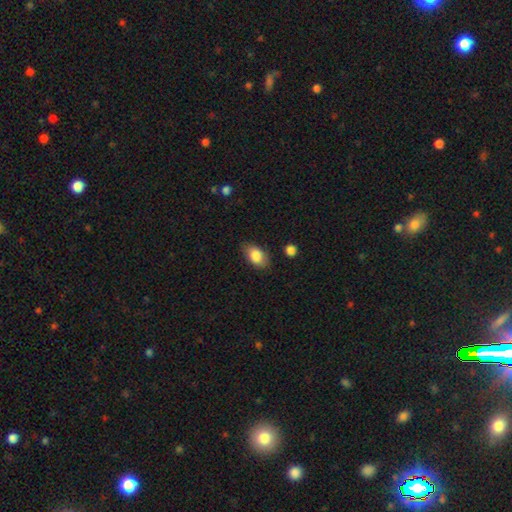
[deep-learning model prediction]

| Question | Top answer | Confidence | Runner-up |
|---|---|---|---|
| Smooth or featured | smooth | 84% | featured or disk (9%) |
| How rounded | in between | 89% | round (9%) |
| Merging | none | 80% | minor disturbance (15%) |